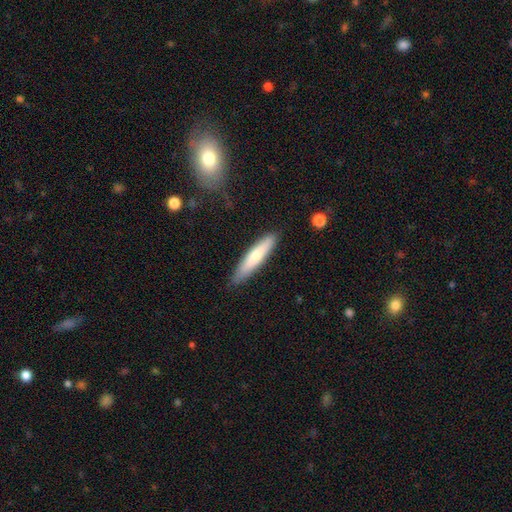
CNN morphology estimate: Overall: smooth (69%). How rounded: cigar-shaped (86%). Merging: none (86%).